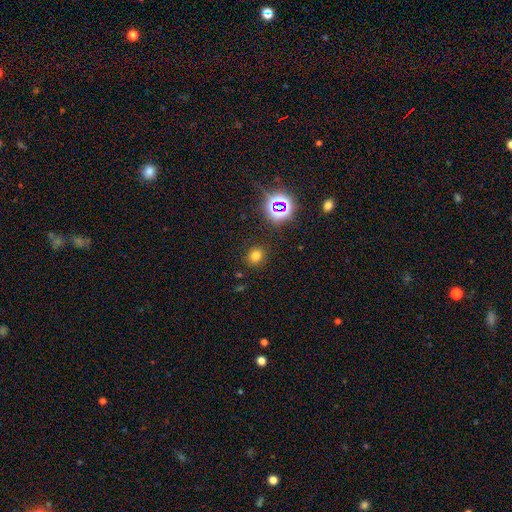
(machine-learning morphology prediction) smooth-or-featured: smooth: 71% | star or artifact: 23% | featured or disk: 6%
  how-rounded: round: 76% | in between: 23% | cigar-shaped: 1%
  merging: none: 87% | minor disturbance: 8% | major disturbance: 3% | merger: 2%